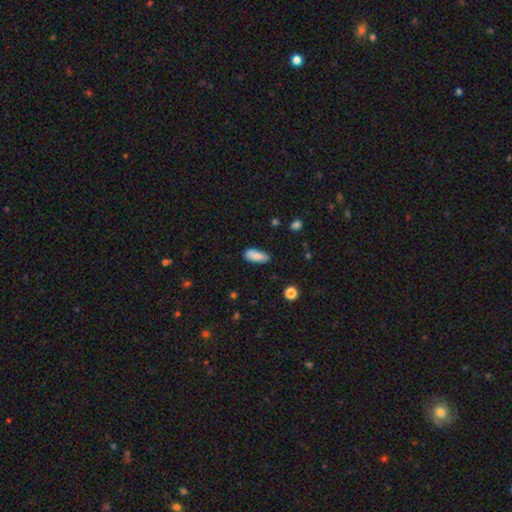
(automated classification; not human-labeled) Q: Smooth or featured?
A: smooth (82%); runner-up: featured or disk (11%)
Q: How rounded?
A: in between (81%); runner-up: cigar-shaped (17%)
Q: Merging?
A: none (74%); runner-up: minor disturbance (19%)